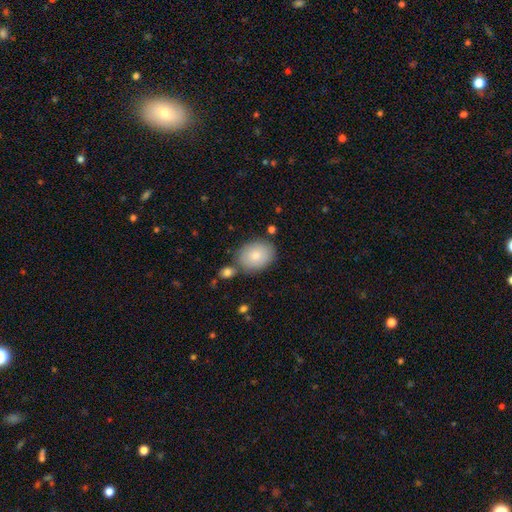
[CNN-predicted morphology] Smooth or featured? Predicted: smooth (p=0.82). How rounded? Predicted: in between (p=0.68). Merging? Predicted: none (p=0.75).